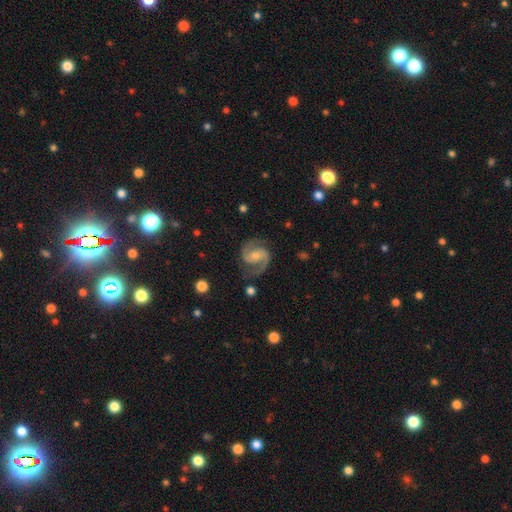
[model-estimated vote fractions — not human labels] Morphology: type=featured or disk (91%); edge-on=no (98%); bar=weak (43%); spiral arms=yes (98%); winding=medium (63%); arm count=2 (94%); bulge=small (45%); merging=none (80%).